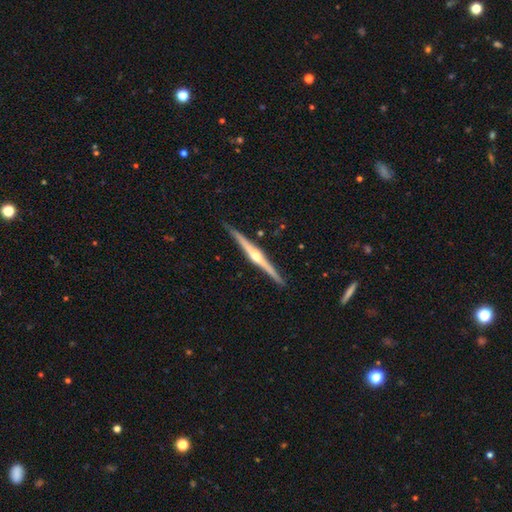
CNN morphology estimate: smooth-or-featured: featured or disk: 85% | smooth: 10% | star or artifact: 5%
  disk-edge-on: yes: 99% | no: 1%
    edge-on-bulge: rounded: 90% | boxy: 5% | none: 5%
  merging: none: 91% | minor disturbance: 7% | major disturbance: 1% | merger: 1%